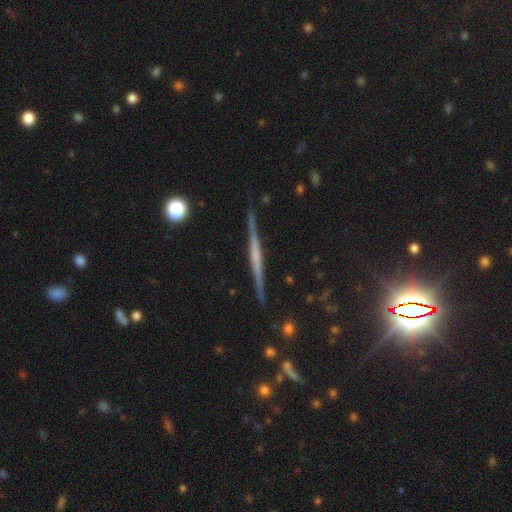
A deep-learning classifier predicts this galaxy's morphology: featured or disk 70%, smooth 21%, star or artifact 9%. Down the decision tree: edge-on disk — yes (98%); edge-on bulge — none (53%); merging — none (90%).